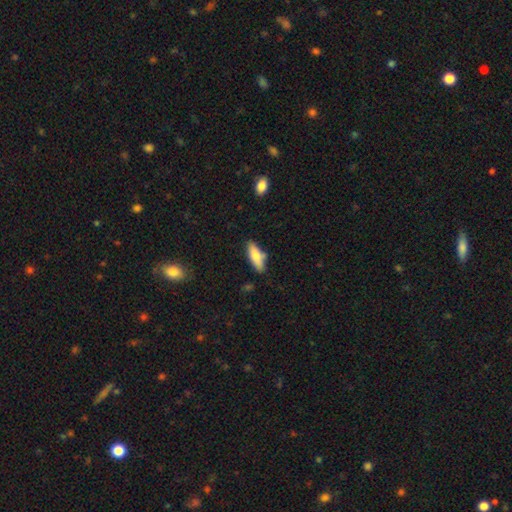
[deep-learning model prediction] smooth-or-featured: smooth: 73% | featured or disk: 21% | star or artifact: 6%
  how-rounded: in between: 57% | cigar-shaped: 41% | round: 2%
  merging: none: 77% | minor disturbance: 15% | merger: 5% | major disturbance: 3%